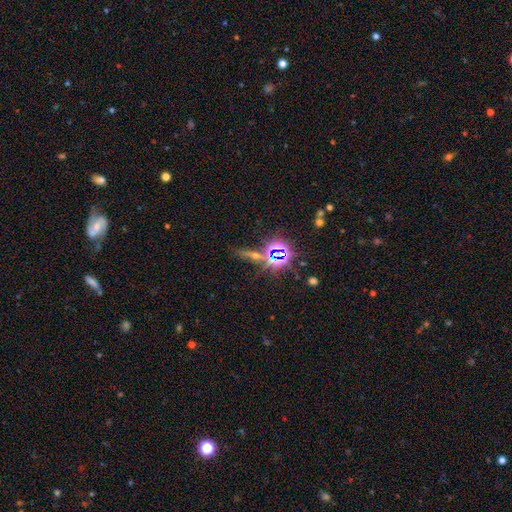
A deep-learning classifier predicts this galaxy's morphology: Q: Smooth or featured?
A: star or artifact (66%); runner-up: smooth (18%)